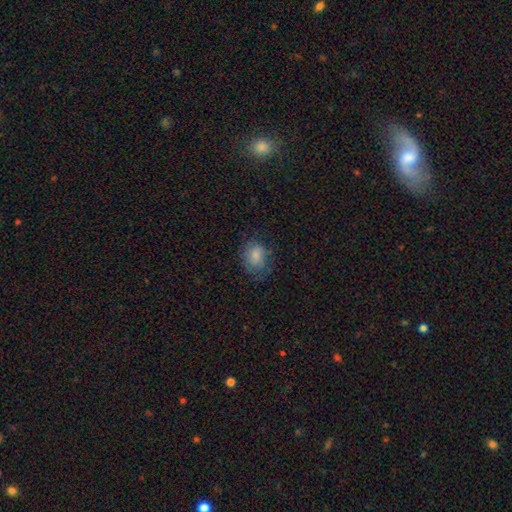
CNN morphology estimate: A smooth galaxy with no disk features (78%) that is in between round and cigar-shaped (50%). Merging: none (66%).